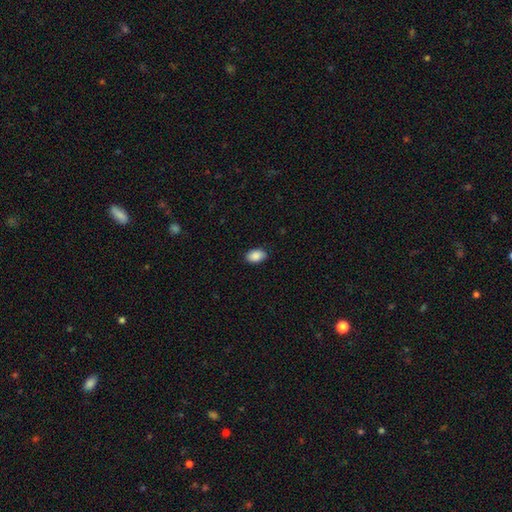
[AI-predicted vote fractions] Q: Smooth or featured?
A: smooth (89%); runner-up: star or artifact (7%)
Q: How rounded?
A: in between (90%); runner-up: round (9%)
Q: Merging?
A: none (87%); runner-up: minor disturbance (10%)